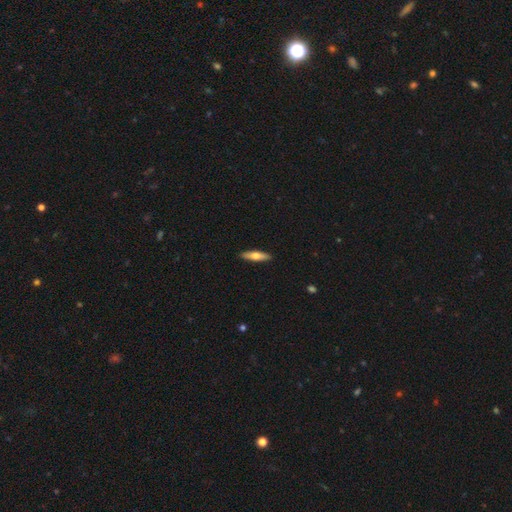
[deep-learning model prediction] Smooth or featured? Predicted: smooth (p=0.58). How rounded? Predicted: cigar-shaped (p=0.76). Merging? Predicted: none (p=0.91).